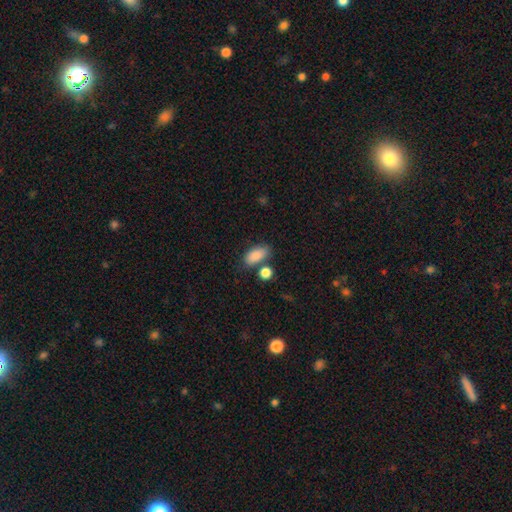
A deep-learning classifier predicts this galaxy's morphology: type=smooth (87%); roundness=in between (90%); merging=none (65%).